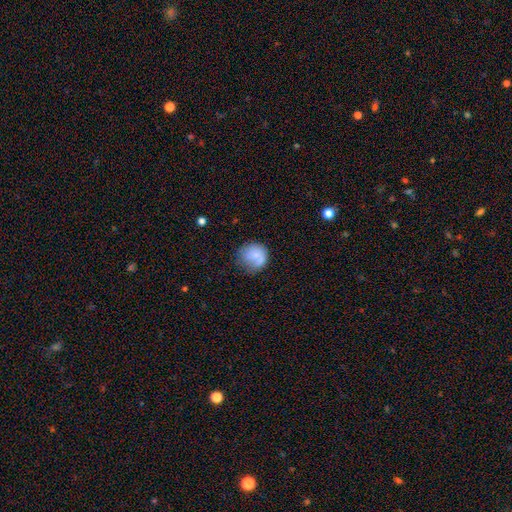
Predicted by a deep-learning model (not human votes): Smooth or featured: smooth — 72% (featured or disk — 20%)
How rounded: round — 82% (in between — 17%)
Merging: none — 51% (minor disturbance — 27%)